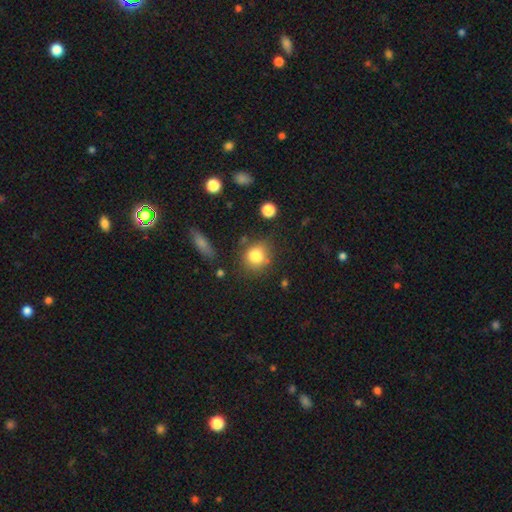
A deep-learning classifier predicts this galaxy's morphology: Smooth or featured: smooth — 82% (star or artifact — 10%)
How rounded: round — 67% (in between — 31%)
Merging: none — 68% (minor disturbance — 18%)